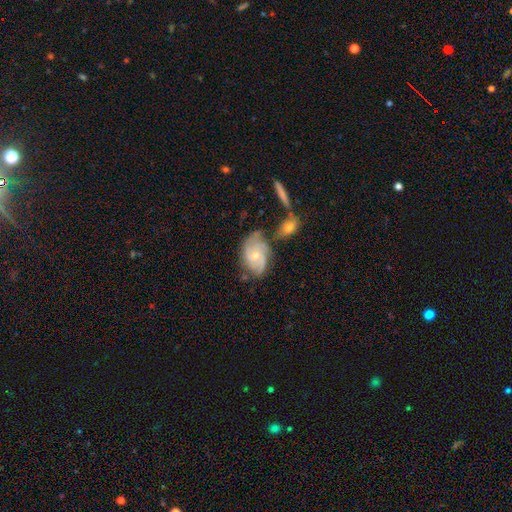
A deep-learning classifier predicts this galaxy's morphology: A featured or disk galaxy (70%) with no bar (68%), 2 (42%) medium (43%) spiral arms (90%) and a small central bulge (56%). Merging: none (50%).